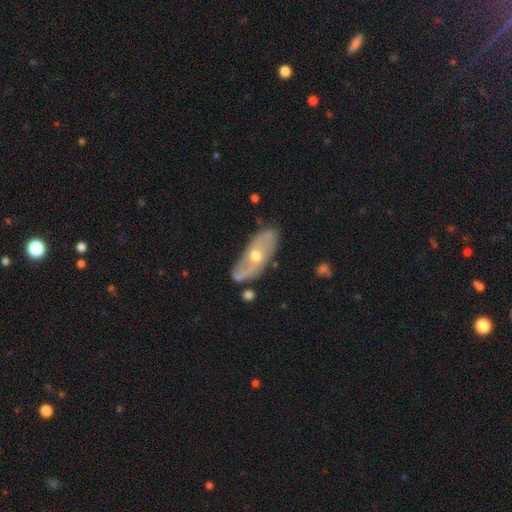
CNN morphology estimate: smooth-or-featured: featured or disk: 66% | smooth: 28% | star or artifact: 7%
  disk-edge-on: no: 79% | yes: 21%
    bar: no: 68% | weak: 24% | strong: 8%
    has-spiral-arms: yes: 61% | no: 39%
    bulge-size: moderate: 68% | small: 27% | large: 3% | none: 1% | dominant: 1%
  merging: none: 77% | minor disturbance: 16% | major disturbance: 4% | merger: 3%